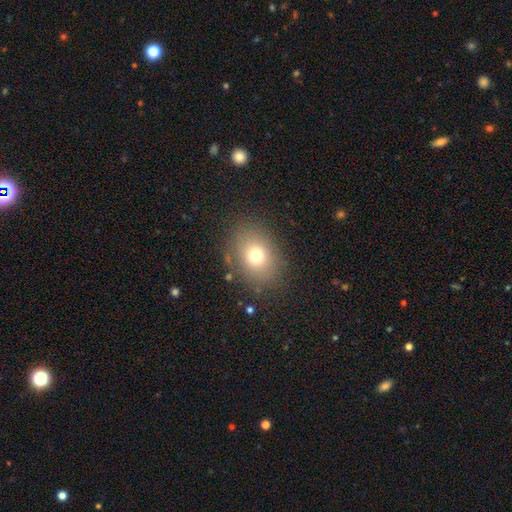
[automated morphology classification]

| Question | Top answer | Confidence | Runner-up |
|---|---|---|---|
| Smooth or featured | smooth | 73% | star or artifact (14%) |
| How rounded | in between | 56% | round (43%) |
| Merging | none | 83% | minor disturbance (11%) |